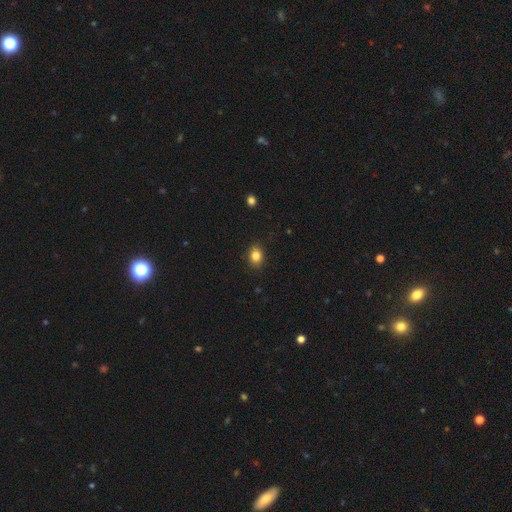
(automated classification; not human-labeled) smooth_or_featured: smooth (p=0.84) [alt: star or artifact p=0.10]
how_rounded: in between (p=0.55) [alt: round p=0.44]
merging: none (p=0.87) [alt: minor disturbance p=0.10]